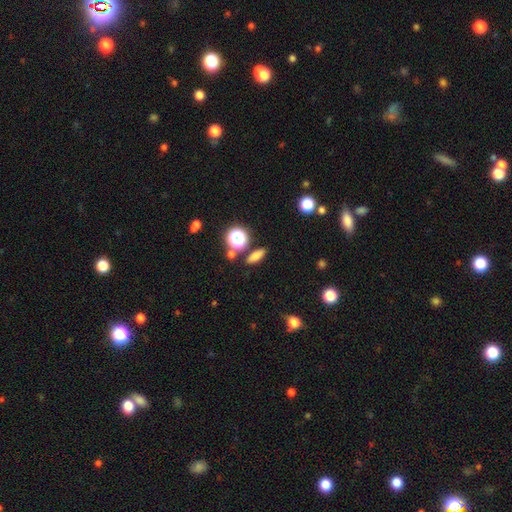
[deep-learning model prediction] Smooth or featured?
  - smooth: 74% *
  - star or artifact: 16%
  - featured or disk: 11%
How rounded?
  - in between: 52% *
  - cigar-shaped: 32%
  - round: 16%
Merging?
  - none: 82% *
  - minor disturbance: 9%
  - merger: 6%
  - major disturbance: 3%